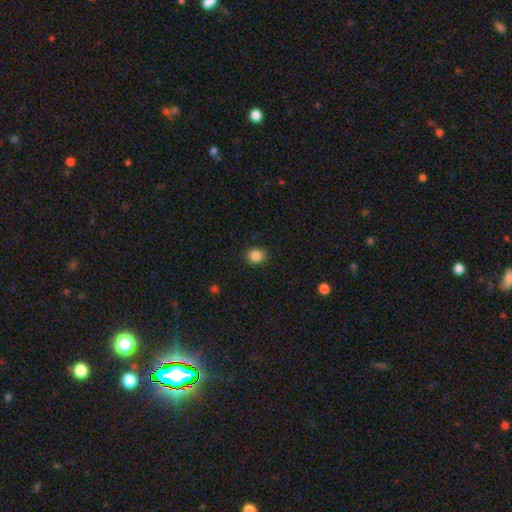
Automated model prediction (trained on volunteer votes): Smooth or featured: smooth — 86% (star or artifact — 11%)
How rounded: round — 81% (in between — 18%)
Merging: none — 89% (minor disturbance — 8%)